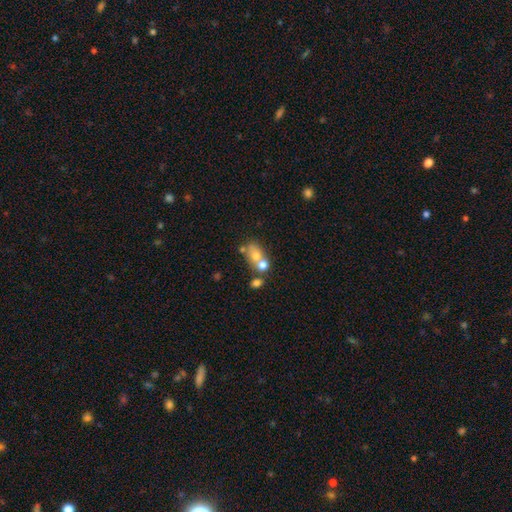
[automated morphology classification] This is likely a smooth galaxy (66%). How rounded: possibly in between (58%). Merging: possibly merger (48%).